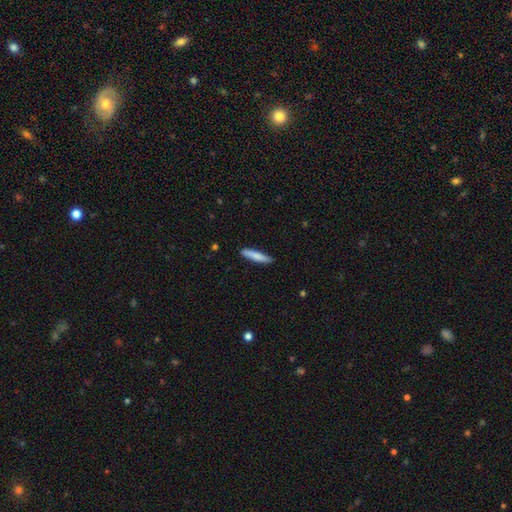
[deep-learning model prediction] This is likely a smooth galaxy (79%). How rounded: clearly cigar-shaped (90%). Merging: clearly none (88%).